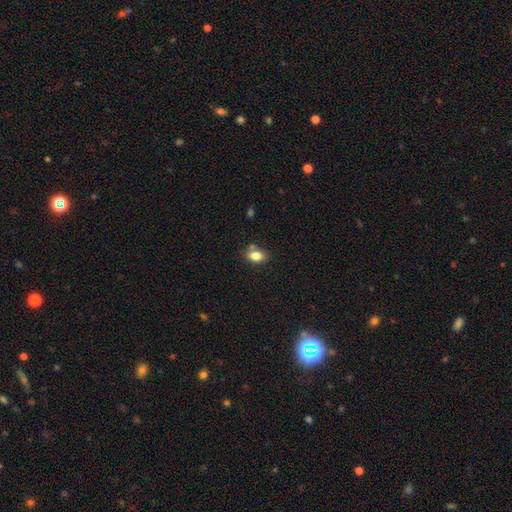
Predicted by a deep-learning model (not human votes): Smooth or featured? smooth (82%)
How rounded? in between (81%)
Merging? none (66%)